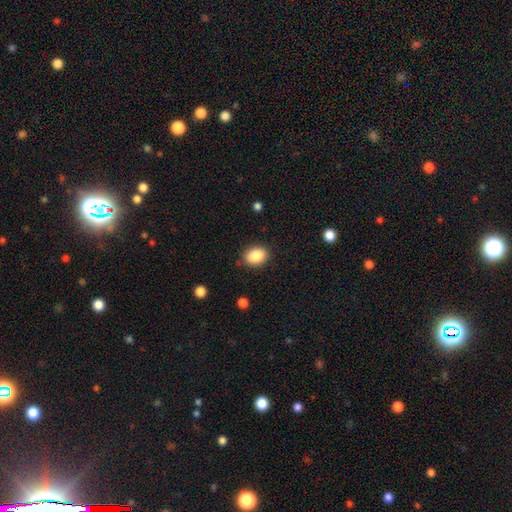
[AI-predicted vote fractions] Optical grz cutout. It shows a smooth galaxy with no disk features (88%) that is in between round and cigar-shaped (71%). Merging: none (87%).